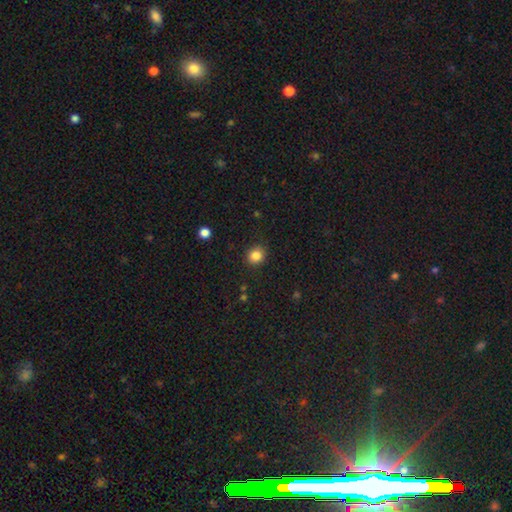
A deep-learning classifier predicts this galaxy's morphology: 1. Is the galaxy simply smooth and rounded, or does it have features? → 85% smooth, 11% star or artifact, 4% featured or disk.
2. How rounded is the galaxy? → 81% round, 18% in between, 1% cigar-shaped.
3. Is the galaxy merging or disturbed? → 88% none, 8% minor disturbance, 3% major disturbance, 1% merger.